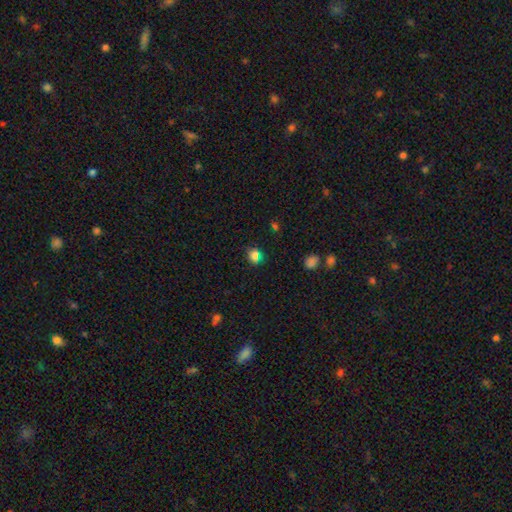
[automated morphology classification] A smooth galaxy with no disk features (71%) that is round (68%). Merging: none (83%).